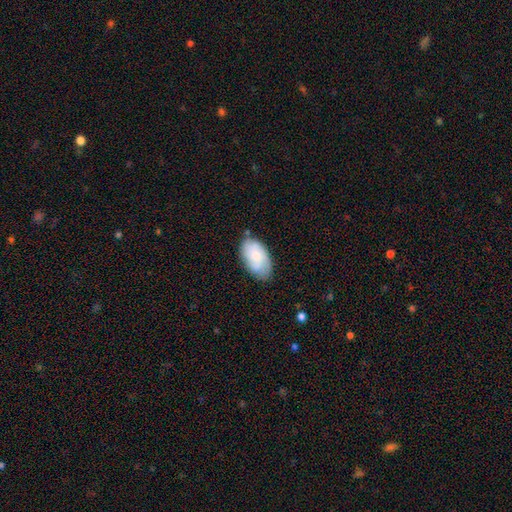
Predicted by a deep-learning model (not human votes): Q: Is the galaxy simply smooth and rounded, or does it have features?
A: smooth — 62%.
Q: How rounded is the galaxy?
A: in between — 94%.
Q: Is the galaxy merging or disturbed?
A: none — 70%.